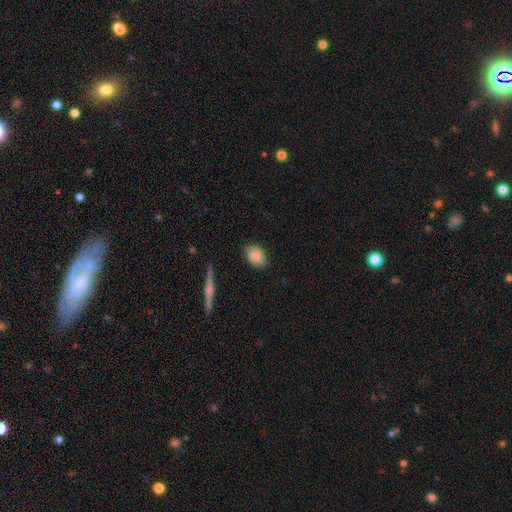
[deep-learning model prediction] Smooth or featured: smooth — 85% (star or artifact — 7%)
How rounded: in between — 79% (round — 19%)
Merging: none — 87% (minor disturbance — 10%)